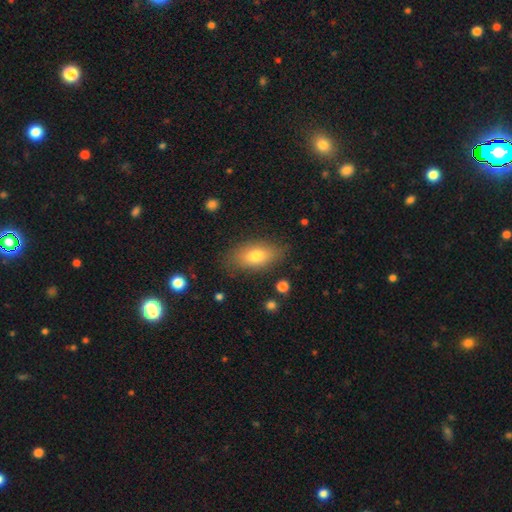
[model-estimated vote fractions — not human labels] Smooth or featured?
  - smooth: 75% *
  - featured or disk: 17%
  - star or artifact: 8%
How rounded?
  - in between: 88% *
  - round: 7%
  - cigar-shaped: 6%
Merging?
  - none: 81% *
  - minor disturbance: 14%
  - major disturbance: 4%
  - merger: 2%